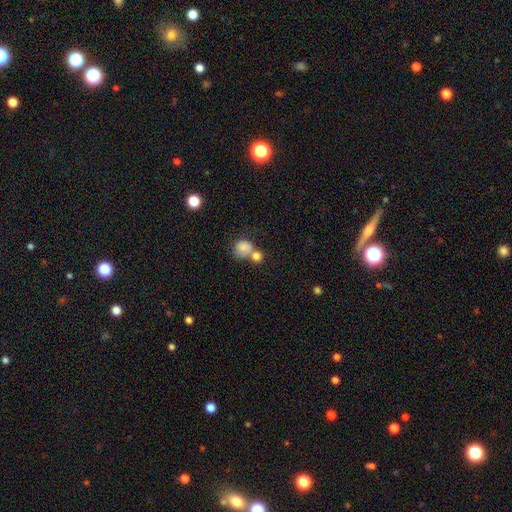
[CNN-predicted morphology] A smooth galaxy with no disk features (80%) that is round (82%). Merging: merger (49%).